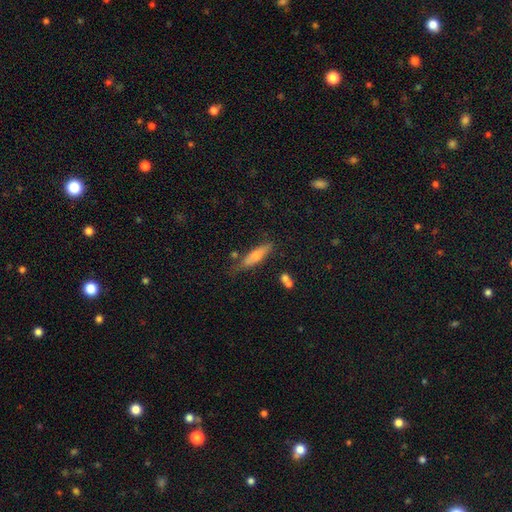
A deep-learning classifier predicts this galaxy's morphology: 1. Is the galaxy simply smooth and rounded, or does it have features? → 55% smooth, 38% featured or disk, 7% star or artifact.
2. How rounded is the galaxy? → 72% cigar-shaped, 26% in between, 2% round.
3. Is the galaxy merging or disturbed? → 68% none, 21% minor disturbance, 6% merger, 5% major disturbance.